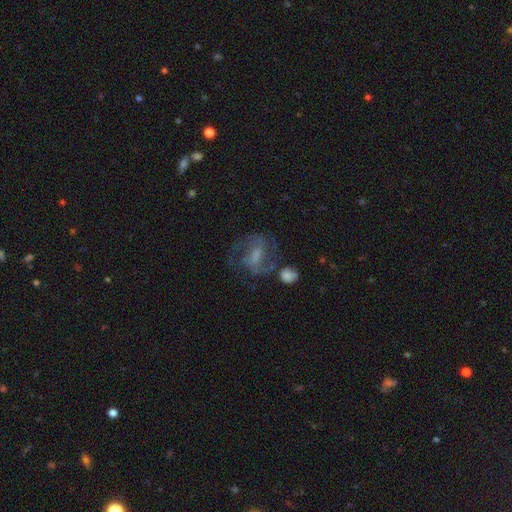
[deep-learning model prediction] Smooth or featured? featured or disk (73%)
Edge-on disk? no (97%)
Bar? weak (51%)
Spiral arms? yes (88%)
Spiral winding? medium (53%)
Spiral arm count? 2 (71%)
Bulge size? moderate (35%)
Merging? none (55%)